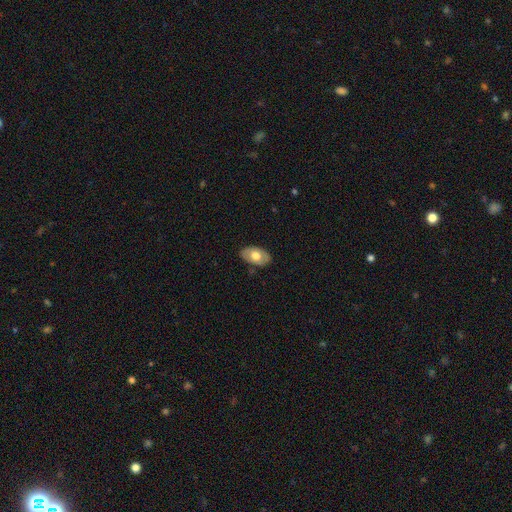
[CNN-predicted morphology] Smooth or featured? Predicted: smooth (p=0.58). How rounded? Predicted: in between (p=0.91). Merging? Predicted: none (p=0.83).